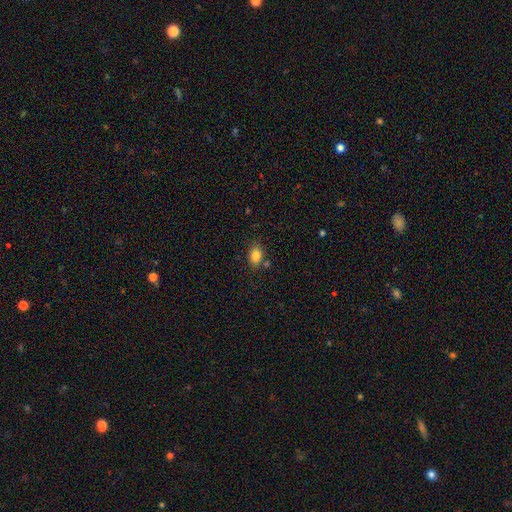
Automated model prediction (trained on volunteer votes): This appears to be a smooth galaxy with no disk features (83%) that is in between round and cigar-shaped (79%). Merging: none (75%).